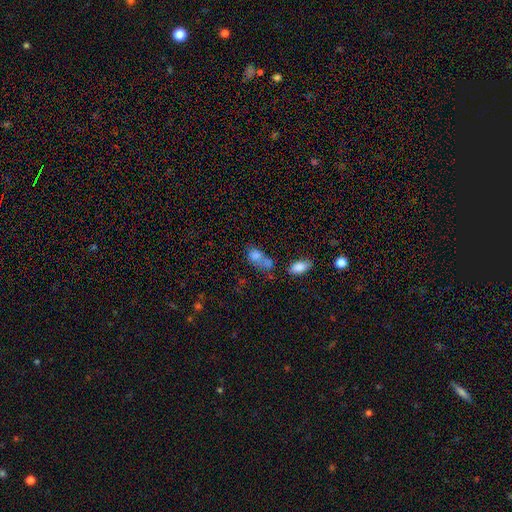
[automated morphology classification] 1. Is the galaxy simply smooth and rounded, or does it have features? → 72% smooth, 15% featured or disk, 12% star or artifact.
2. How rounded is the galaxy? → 77% in between, 17% round, 6% cigar-shaped.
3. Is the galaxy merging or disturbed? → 45% merger, 25% none, 16% minor disturbance, 14% major disturbance.